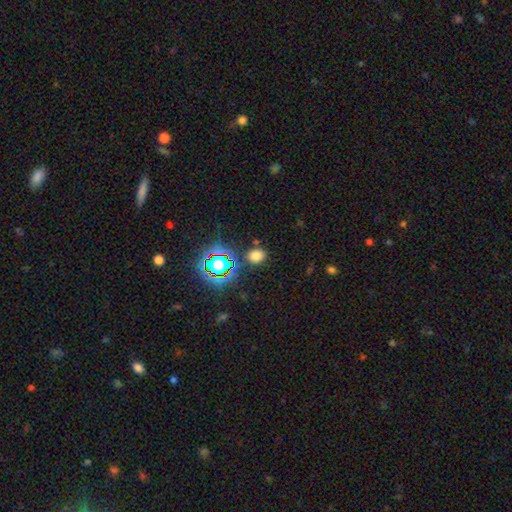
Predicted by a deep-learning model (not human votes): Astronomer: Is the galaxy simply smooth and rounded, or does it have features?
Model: smooth — 68%.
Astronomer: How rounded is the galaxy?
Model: round — 56% (runner-up: in between, 43%).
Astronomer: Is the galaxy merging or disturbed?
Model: none — 82%.